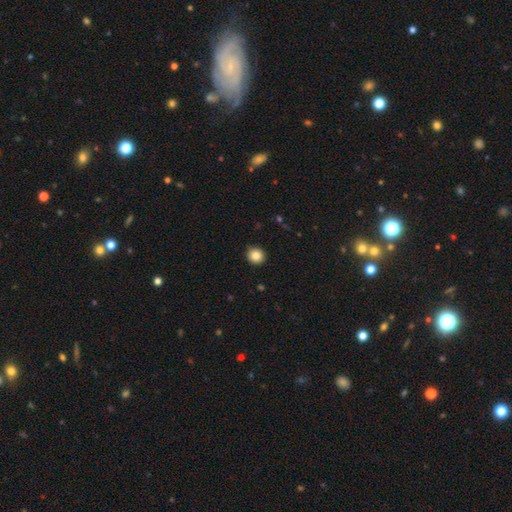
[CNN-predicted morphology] A smooth galaxy with no disk features (85%) that is round (91%).

Vote fractions:
- Smooth or featured? smooth: 85% / star or artifact: 10% / featured or disk: 5%
- How rounded? round: 91% / in between: 9% / cigar-shaped: 1%
- Merging? none: 91% / minor disturbance: 7% / major disturbance: 2% / merger: 1%